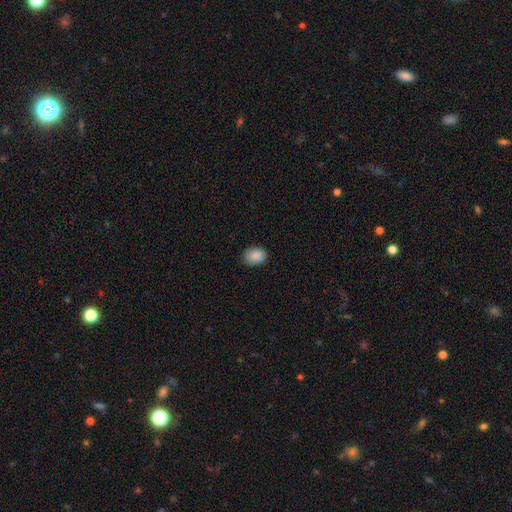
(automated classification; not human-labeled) A smooth galaxy with no disk features (89%) that is in between round and cigar-shaped (67%). Merging: none (81%).